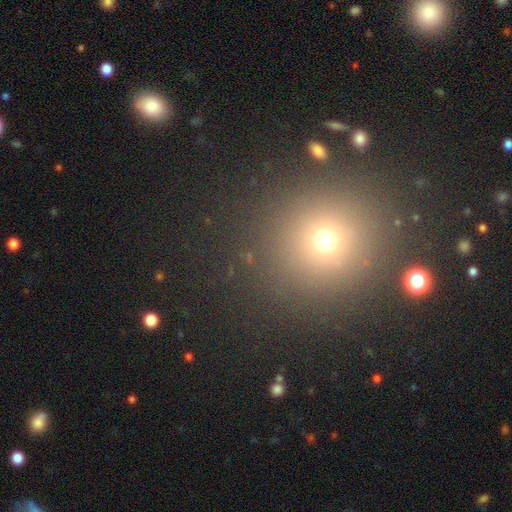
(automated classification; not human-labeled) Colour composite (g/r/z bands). It shows a smooth galaxy with no disk features (59%) that is round (92%). Merging: none (89%).